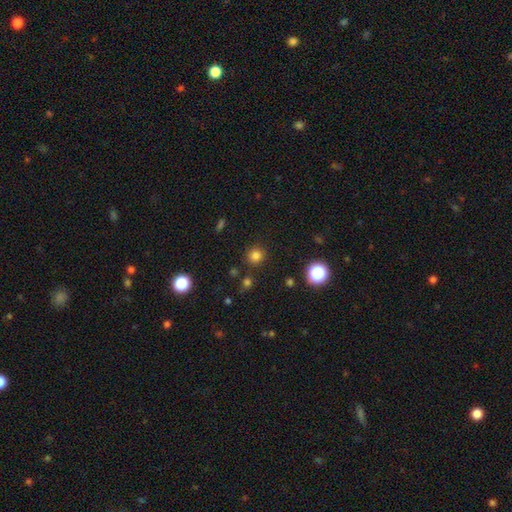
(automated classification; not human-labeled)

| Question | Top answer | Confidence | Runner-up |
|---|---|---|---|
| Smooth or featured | smooth | 79% | star or artifact (17%) |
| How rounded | round | 92% | in between (7%) |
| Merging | none | 87% | minor disturbance (7%) |